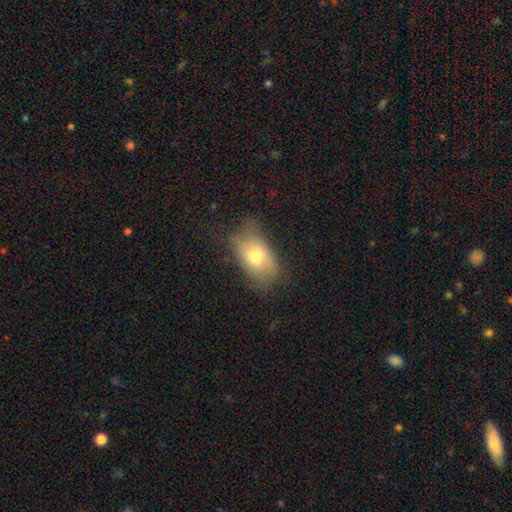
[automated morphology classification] A smooth galaxy with no disk features (70%) that is in between round and cigar-shaped (87%).

Vote fractions:
- Smooth or featured? smooth: 70% / featured or disk: 21% / star or artifact: 9%
- How rounded? in between: 87% / round: 11% / cigar-shaped: 3%
- Merging? none: 60% / minor disturbance: 27% / major disturbance: 12% / merger: 2%